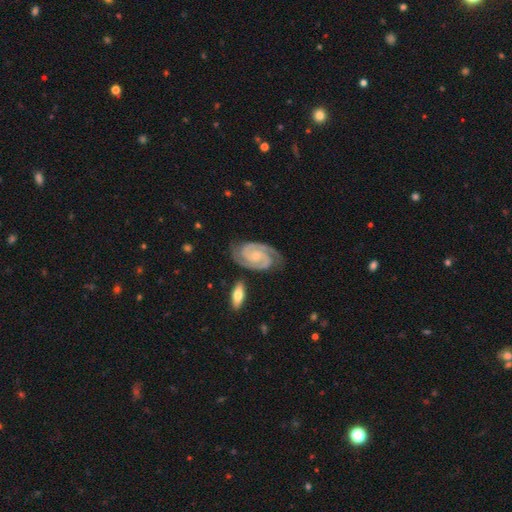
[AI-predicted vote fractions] Overall: featured or disk (92%). Edge-on disk: no (97%). Bar: no (61%; weak 28%). Spiral arms: yes (99%). Spiral arm count: 2 (91%). Spiral winding: tight (68%; medium 28%). Bulge size: small (65%). Merging: none (79%).